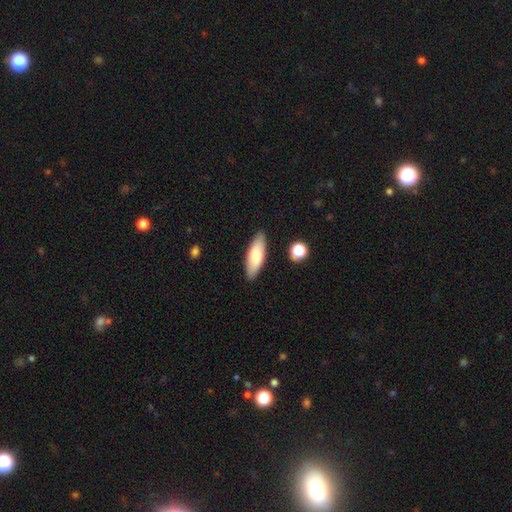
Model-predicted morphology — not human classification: The model was most divided on "how rounded": in between: 64%, cigar-shaped: 34%, round: 2%. More confident: merging — none (87%); smooth or featured — smooth (74%).